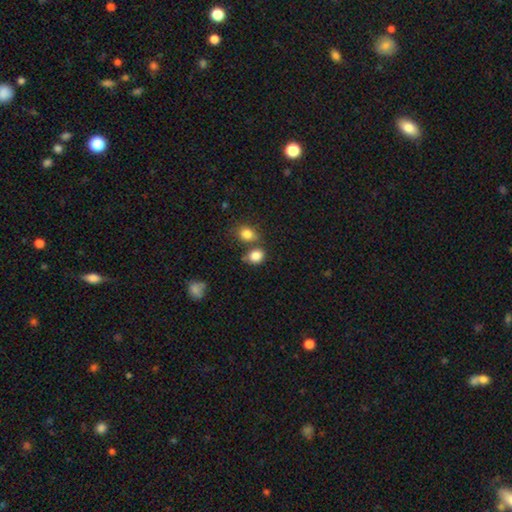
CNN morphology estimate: smooth-or-featured: smooth: 85% | star or artifact: 10% | featured or disk: 6%
  how-rounded: round: 51% | in between: 48% | cigar-shaped: 1%
  merging: none: 55% | merger: 26% | minor disturbance: 14% | major disturbance: 5%